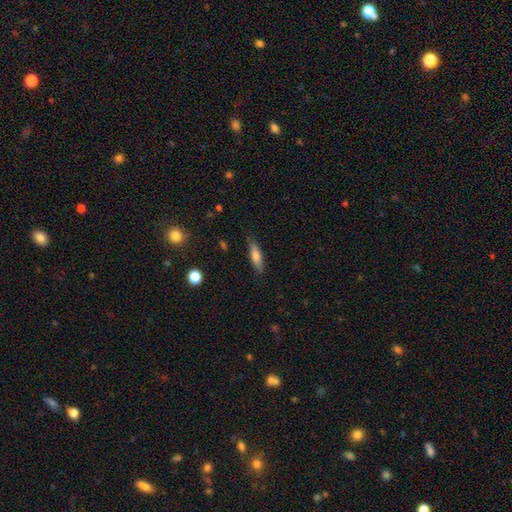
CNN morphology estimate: smooth-or-featured: smooth: 72% | featured or disk: 21% | star or artifact: 7%
  how-rounded: cigar-shaped: 61% | in between: 37% | round: 2%
  merging: none: 82% | minor disturbance: 13% | major disturbance: 3% | merger: 1%